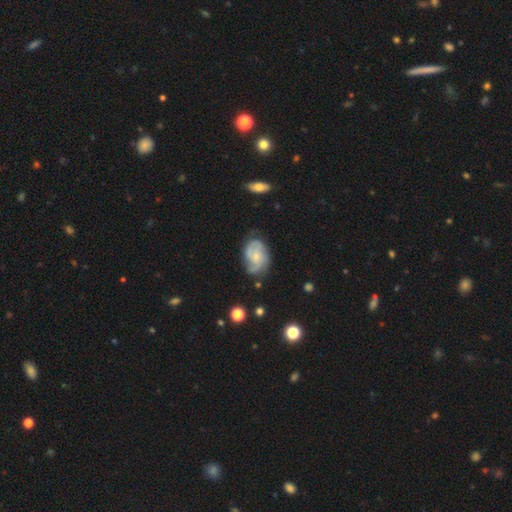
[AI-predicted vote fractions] Morphology: type=featured or disk (75%); edge-on=no (97%); bar=no (68%); spiral arms=yes (92%); winding=medium (43%); arm count=2 (40%); bulge=small (66%); merging=none (58%).